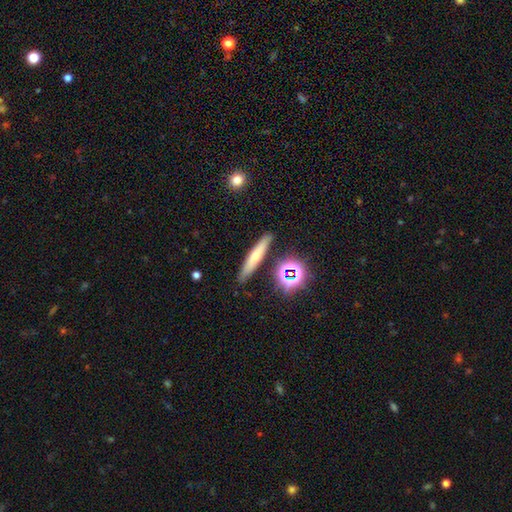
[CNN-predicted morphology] Smooth or featured? Predicted: smooth (p=0.55). How rounded? Predicted: cigar-shaped (p=0.88). Merging? Predicted: none (p=0.85).